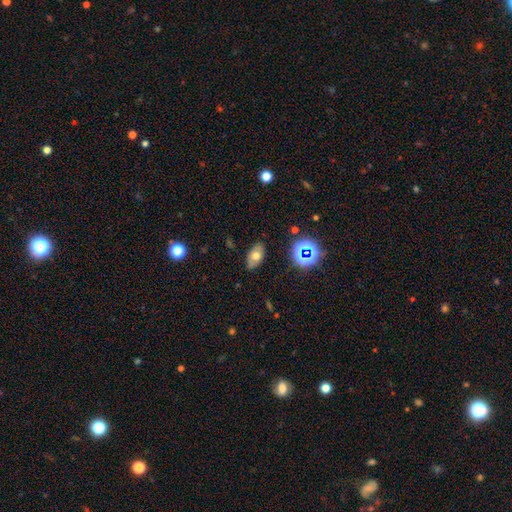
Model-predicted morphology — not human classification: Q: Smooth or featured?
A: smooth (60%); runner-up: featured or disk (25%)
Q: How rounded?
A: in between (90%); runner-up: round (8%)
Q: Merging?
A: none (81%); runner-up: minor disturbance (14%)